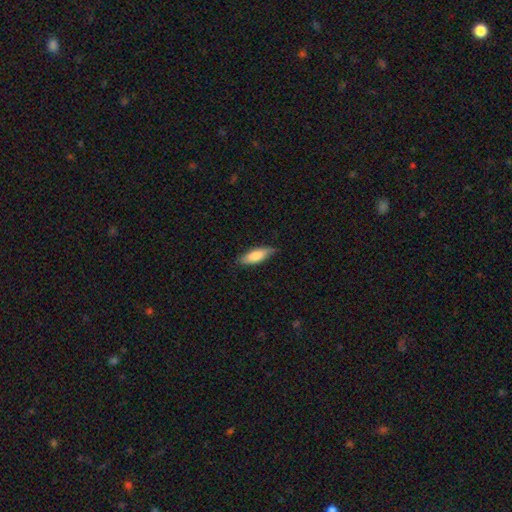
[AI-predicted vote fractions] smooth-or-featured: smooth: 77% | featured or disk: 17% | star or artifact: 6%
  how-rounded: in between: 60% | cigar-shaped: 38% | round: 2%
  merging: none: 76% | minor disturbance: 20% | major disturbance: 3% | merger: 1%